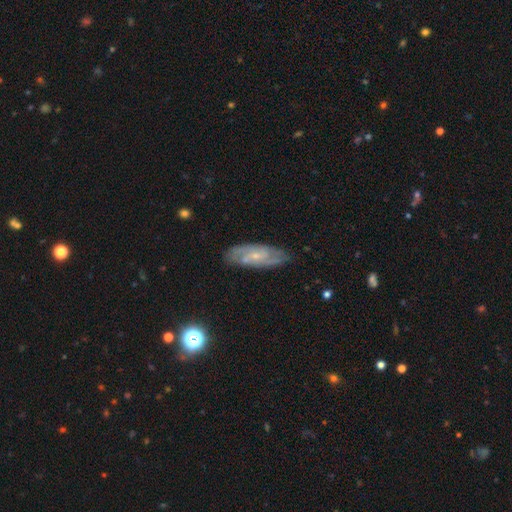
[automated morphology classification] This is likely a featured or disk galaxy (74%). It is clearly not viewed edge-on (89%). Bar: possibly no (54%). Spiral arm pattern: clearly yes (90%). Spiral arm count: possibly 2 (54%). Spiral winding: marginally medium (43%). Central bulge: likely small (73%). Merging: likely none (78%).